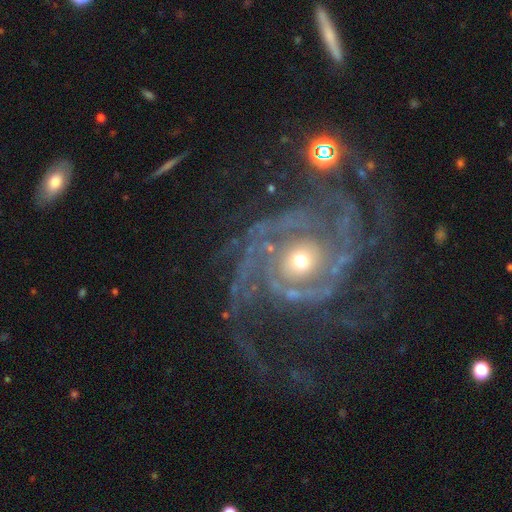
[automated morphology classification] type=featured or disk (93%); edge-on=no (98%); bar=no (68%); spiral arms=yes (98%); winding=tight (56%); arm count=3 (26%); bulge=moderate (51%); merging=none (59%).